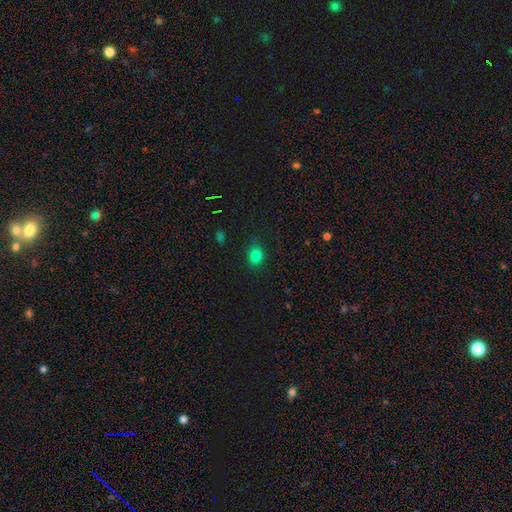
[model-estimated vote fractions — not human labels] Smooth or featured: smooth — 81% (star or artifact — 15%)
How rounded: round — 53% (in between — 45%)
Merging: none — 81% (minor disturbance — 14%)